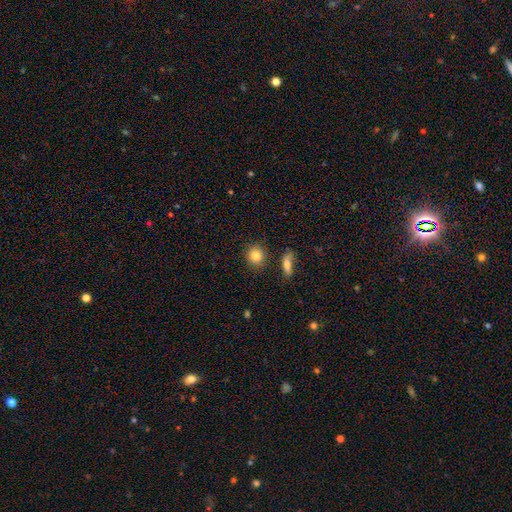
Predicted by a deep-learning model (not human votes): Smooth or featured?
  - smooth: 84% *
  - star or artifact: 9%
  - featured or disk: 7%
How rounded?
  - round: 84% *
  - in between: 14%
  - cigar-shaped: 2%
Merging?
  - none: 86% *
  - minor disturbance: 8%
  - merger: 3%
  - major disturbance: 2%